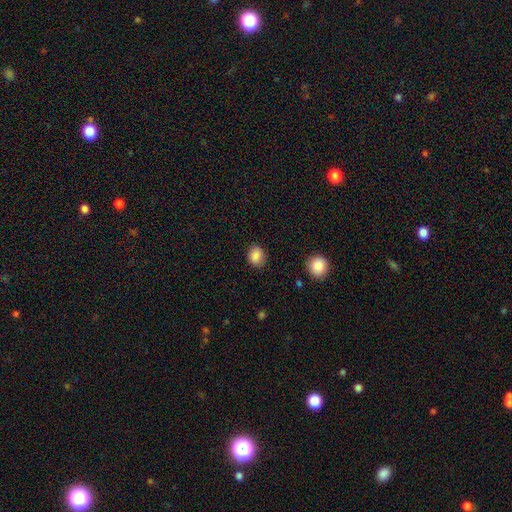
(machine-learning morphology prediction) smooth 87%, star or artifact 9%, featured or disk 4%. Down the decision tree: how rounded — in between (50%); merging — none (84%).